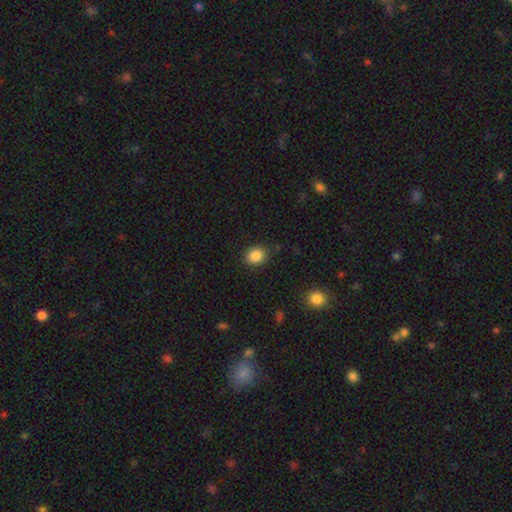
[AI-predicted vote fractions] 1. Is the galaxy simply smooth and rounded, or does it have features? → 87% smooth, 9% star or artifact, 4% featured or disk.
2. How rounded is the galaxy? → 62% round, 37% in between, 1% cigar-shaped.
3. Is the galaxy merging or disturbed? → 86% none, 10% minor disturbance, 3% major disturbance, 1% merger.